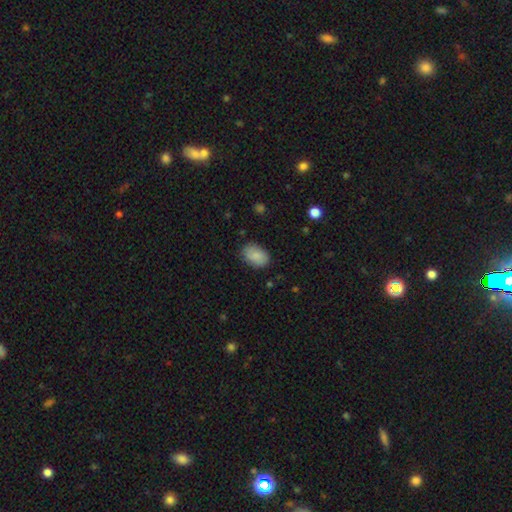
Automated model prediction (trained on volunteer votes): Smooth or featured?
  - smooth: 87% *
  - star or artifact: 7%
  - featured or disk: 6%
How rounded?
  - in between: 84% *
  - round: 15%
  - cigar-shaped: 1%
Merging?
  - none: 82% *
  - minor disturbance: 14%
  - major disturbance: 3%
  - merger: 1%